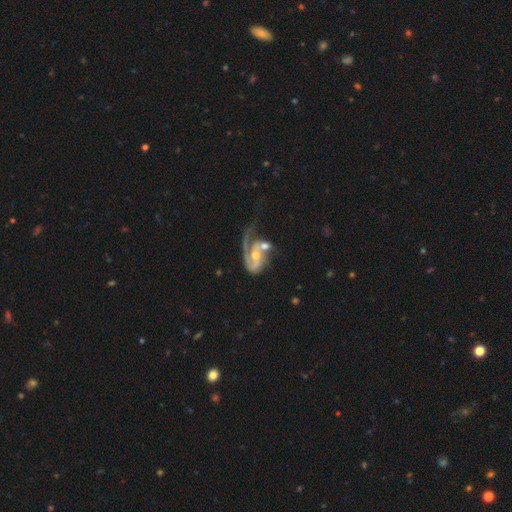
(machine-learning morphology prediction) type=featured or disk (84%); edge-on=no (97%); bar=no (52%); spiral arms=yes (93%); winding=medium (41%); arm count=1 (49%); bulge=moderate (52%); merging=merger (49%).